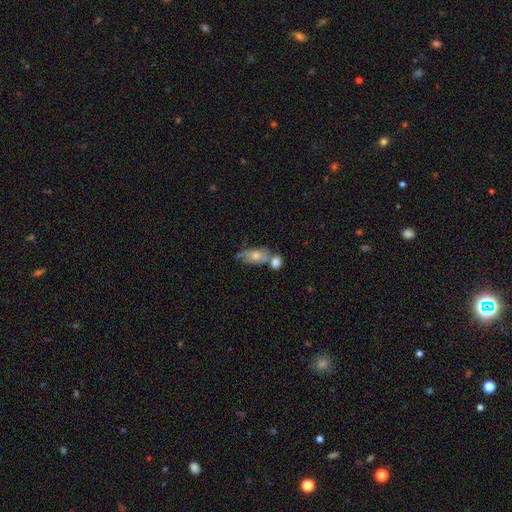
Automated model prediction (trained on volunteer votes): Smooth or featured? smooth (59%)
How rounded? in between (82%)
Merging? merger (43%)